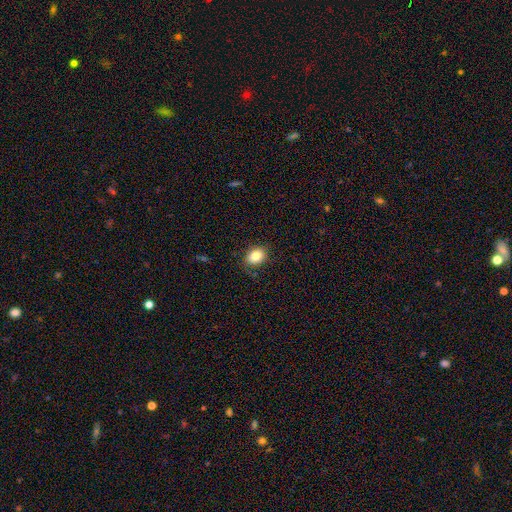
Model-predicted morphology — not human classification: type=smooth (84%); roundness=in between (61%); merging=none (85%).